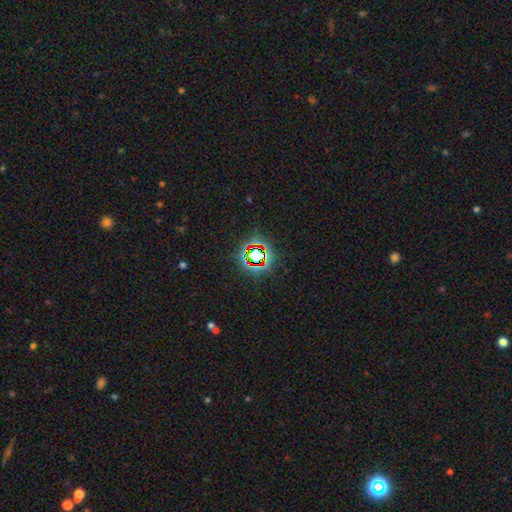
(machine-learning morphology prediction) A star or artifact, not a galaxy (74%).